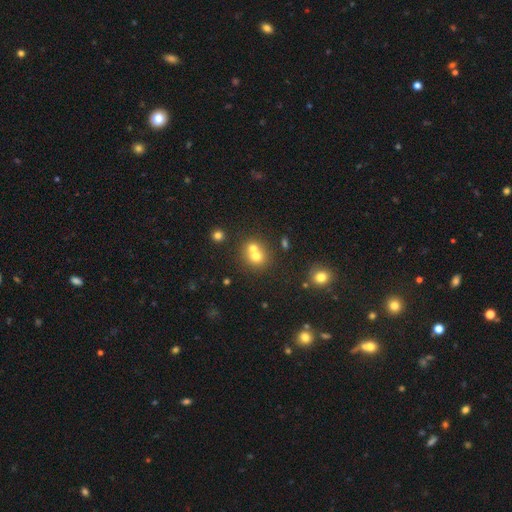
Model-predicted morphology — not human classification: Smooth or featured: smooth — 68% (featured or disk — 18%)
How rounded: round — 81% (in between — 18%)
Merging: merger — 51% (none — 40%)